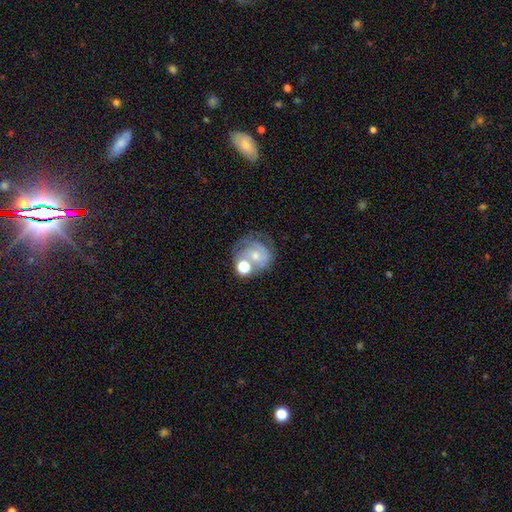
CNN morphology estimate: Smooth or featured: featured or disk — 50% (smooth — 39%)
Merging: none — 36% (merger — 28%)